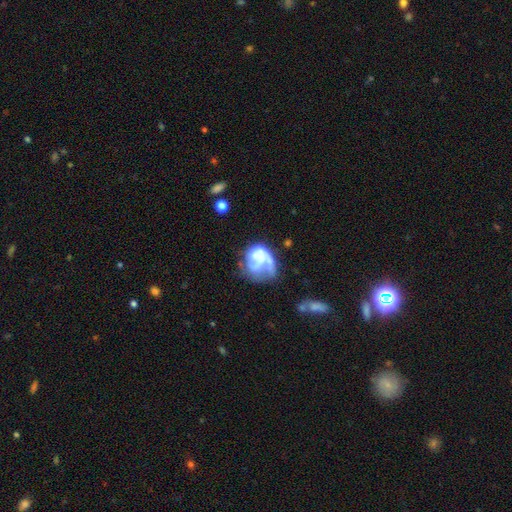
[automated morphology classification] type=featured or disk (56%); edge-on=no (98%); bar=no (79%); spiral arms=no (50%, tied with yes); bulge=none (33%); merging=major disturbance (39%).